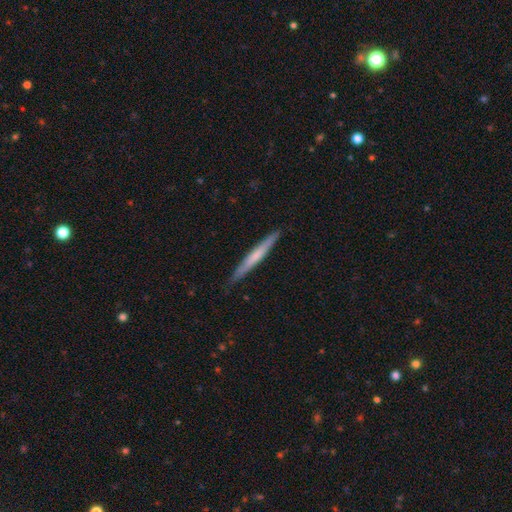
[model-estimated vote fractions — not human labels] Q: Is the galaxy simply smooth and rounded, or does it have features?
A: smooth — 53%.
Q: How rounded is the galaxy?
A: cigar-shaped — 97%.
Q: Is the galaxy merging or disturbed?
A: none — 90%.